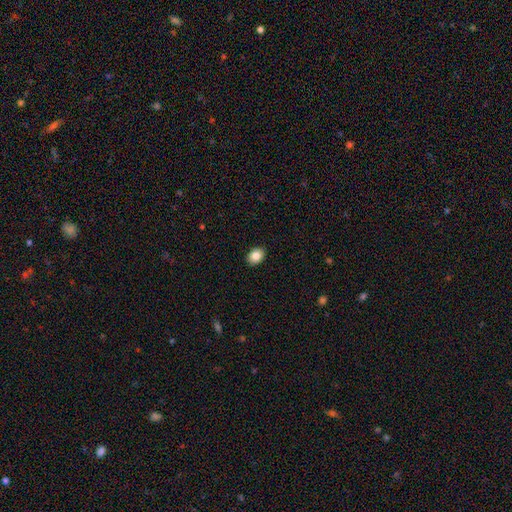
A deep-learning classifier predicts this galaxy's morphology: Smooth or featured: smooth — 86% (star or artifact — 8%)
How rounded: in between — 70% (round — 29%)
Merging: none — 90% (minor disturbance — 7%)